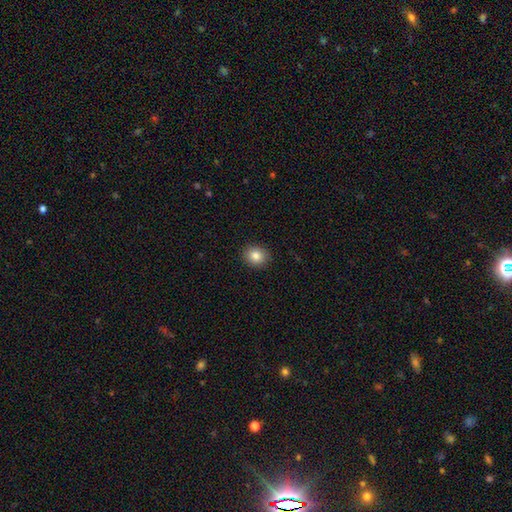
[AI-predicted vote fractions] This appears to be a smooth galaxy with no disk features (83%) that is round (71%). Merging: none (91%).